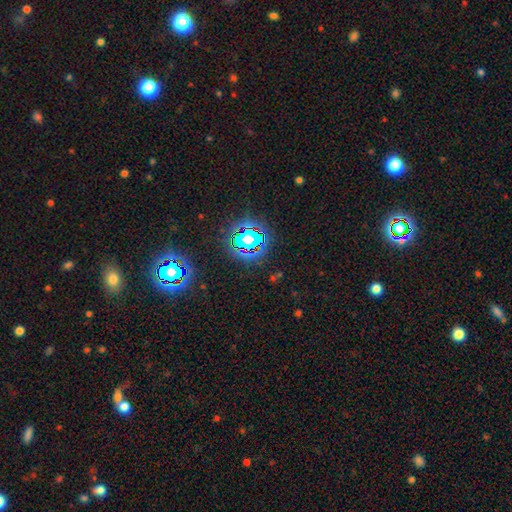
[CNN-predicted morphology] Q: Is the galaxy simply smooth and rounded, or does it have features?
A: star or artifact — 80%.